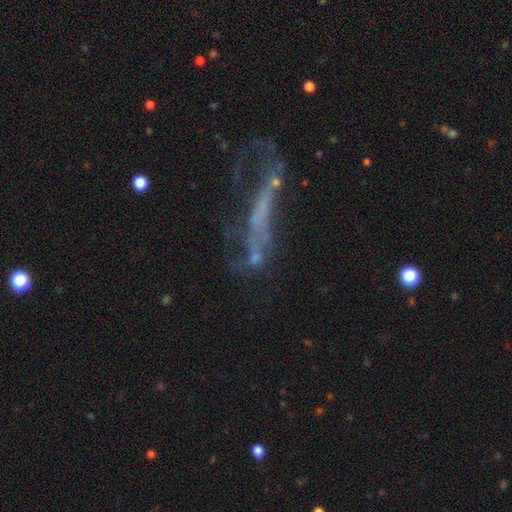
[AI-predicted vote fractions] Overall: featured or disk (56%; smooth 25%). Edge-on disk: no (69%; yes 31%). Merging: major disturbance (39%; none 30%).